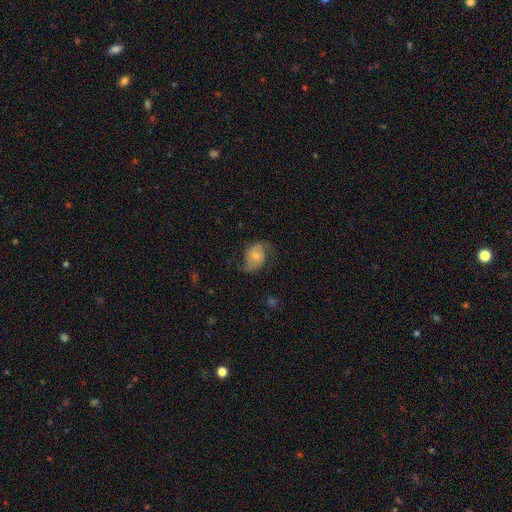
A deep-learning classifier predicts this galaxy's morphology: Q: Smooth or featured?
A: featured or disk (69%); runner-up: smooth (23%)
Q: Edge-on disk?
A: no (97%); runner-up: yes (3%)
Q: Bar?
A: no (62%); runner-up: weak (32%)
Q: Spiral arms?
A: yes (91%); runner-up: no (9%)
Q: Spiral winding?
A: medium (43%); runner-up: loose (42%)
Q: Spiral arm count?
A: 2 (89%); runner-up: can't tell (5%)
Q: Bulge size?
A: small (47%); runner-up: moderate (42%)
Q: Merging?
A: none (64%); runner-up: minor disturbance (21%)